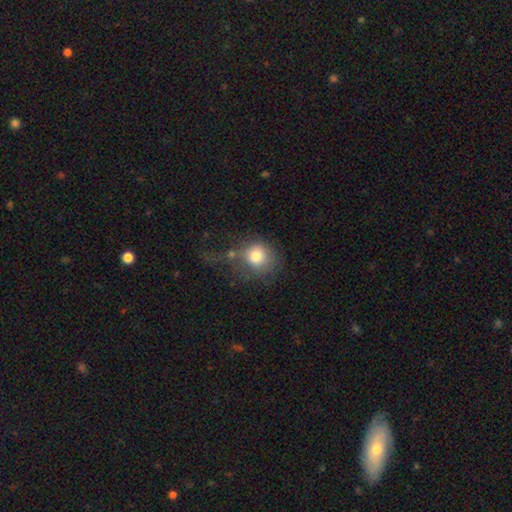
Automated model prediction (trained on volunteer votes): Smooth or featured? smooth (77%)
How rounded? round (83%)
Merging? none (41%)